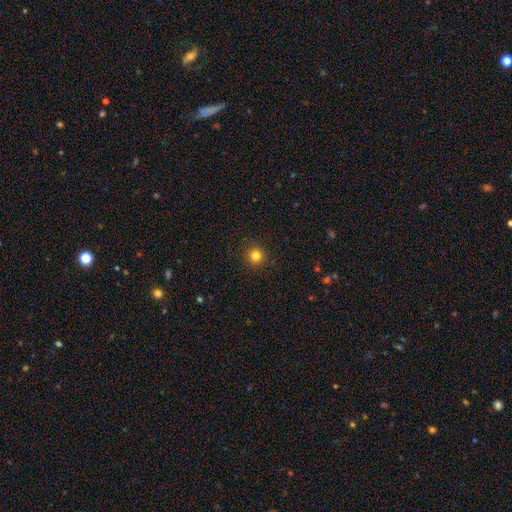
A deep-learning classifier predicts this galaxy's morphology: Smooth or featured?
  - smooth: 82% *
  - star or artifact: 13%
  - featured or disk: 5%
How rounded?
  - round: 95% *
  - in between: 4%
  - cigar-shaped: 1%
Merging?
  - none: 92% *
  - minor disturbance: 5%
  - major disturbance: 2%
  - merger: 1%